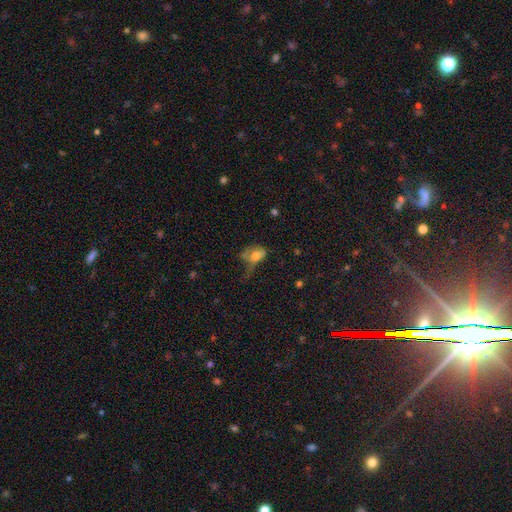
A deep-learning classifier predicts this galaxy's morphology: A smooth galaxy with no disk features (65%) that is in between round and cigar-shaped (79%).

Vote fractions:
- Smooth or featured? smooth: 65% / featured or disk: 24% / star or artifact: 11%
- How rounded? in between: 79% / round: 19% / cigar-shaped: 2%
- Merging? major disturbance: 49% / minor disturbance: 26% / none: 21% / merger: 5%